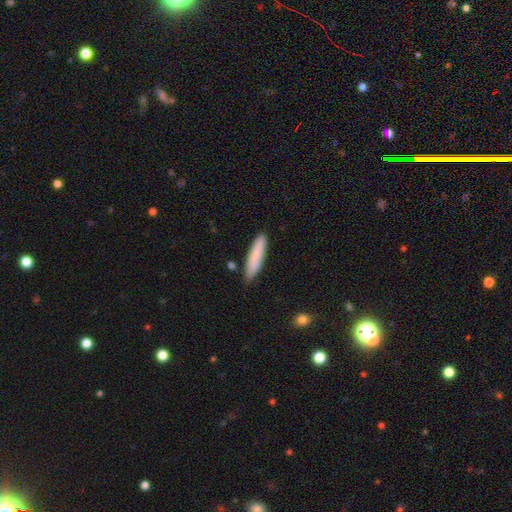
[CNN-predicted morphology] smooth_or_featured: smooth (p=0.83) [alt: featured or disk p=0.11]
how_rounded: cigar-shaped (p=0.80) [alt: in between p=0.18]
merging: none (p=0.84) [alt: minor disturbance p=0.12]